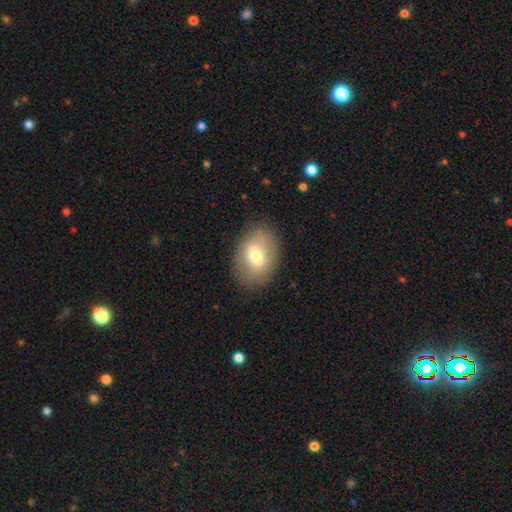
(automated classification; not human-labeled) This is likely a smooth galaxy (63%). How rounded: likely in between (76%). Merging: clearly none (82%).